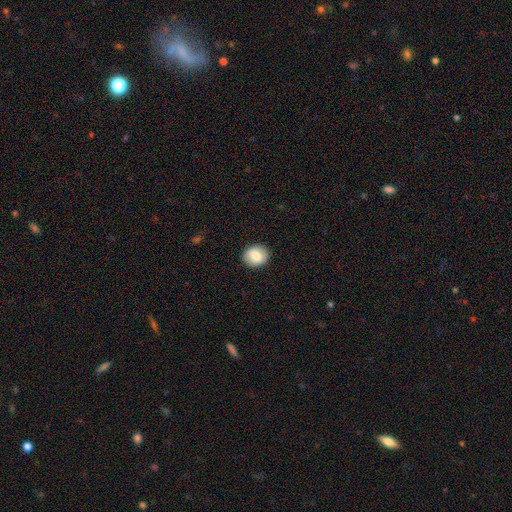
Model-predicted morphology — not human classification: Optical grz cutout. It shows a smooth galaxy with no disk features (74%) that is round (65%). Merging: none (89%).